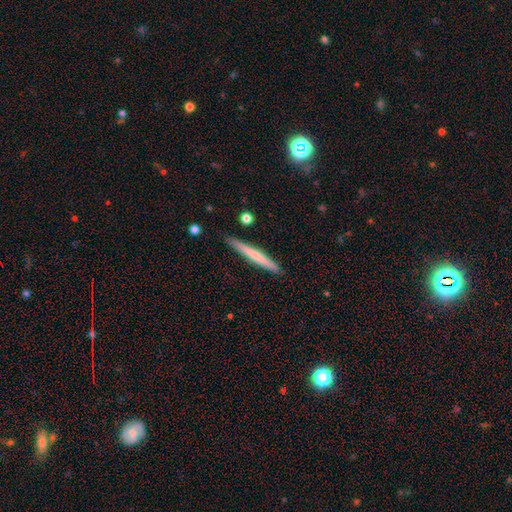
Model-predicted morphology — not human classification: smooth 57%, featured or disk 38%, star or artifact 6%. Down the decision tree: how rounded — cigar-shaped (97%); merging — none (90%).